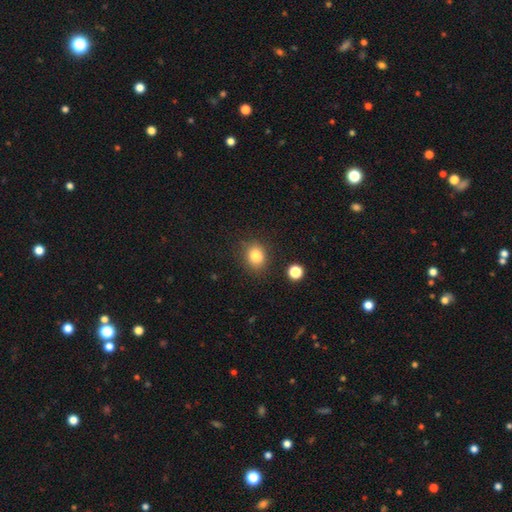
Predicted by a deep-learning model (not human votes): A smooth galaxy with no disk features (82%) that is round (64%).

Vote fractions:
- Smooth or featured? smooth: 82% / star or artifact: 12% / featured or disk: 6%
- How rounded? round: 64% / in between: 35% / cigar-shaped: 1%
- Merging? none: 83% / minor disturbance: 11% / major disturbance: 3% / merger: 3%